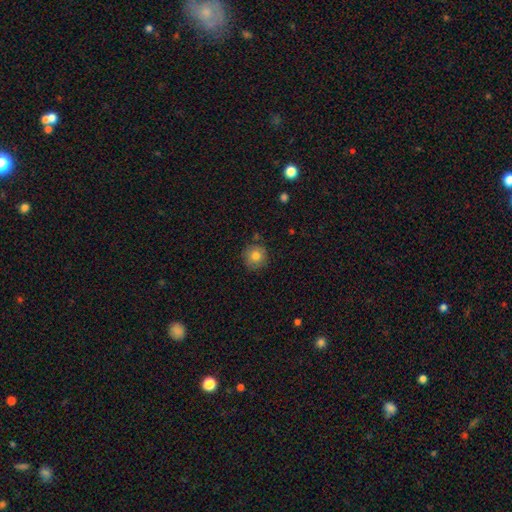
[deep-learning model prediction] smooth-or-featured: smooth: 80% | featured or disk: 10% | star or artifact: 10%
  how-rounded: round: 94% | in between: 5% | cigar-shaped: 1%
  merging: none: 85% | minor disturbance: 11% | major disturbance: 2% | merger: 2%